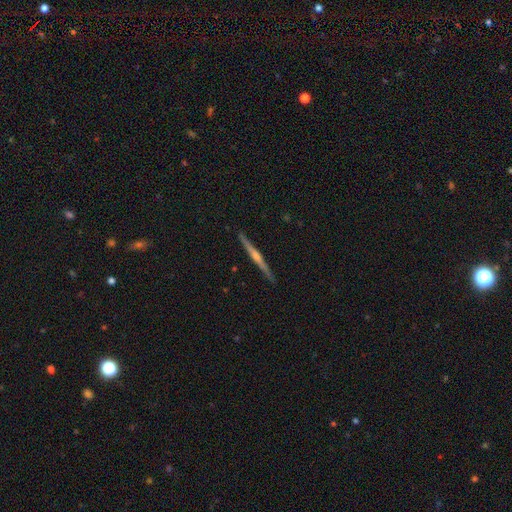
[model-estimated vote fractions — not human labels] smooth-or-featured: featured or disk: 80% | smooth: 15% | star or artifact: 6%
  disk-edge-on: yes: 98% | no: 2%
    edge-on-bulge: rounded: 79% | none: 14% | boxy: 6%
  merging: none: 92% | minor disturbance: 6% | major disturbance: 1% | merger: 1%